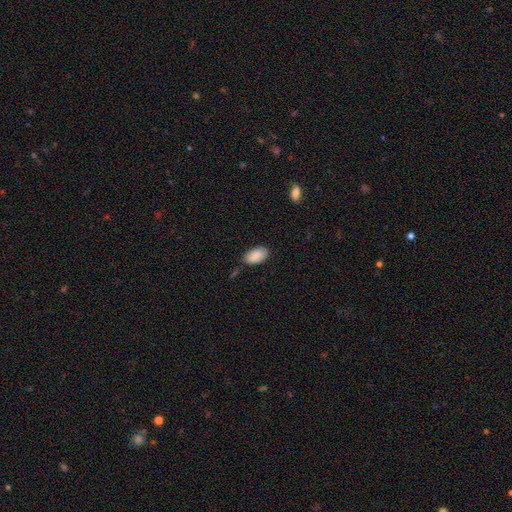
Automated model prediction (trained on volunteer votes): Q: Smooth or featured?
A: smooth (89%); runner-up: star or artifact (6%)
Q: How rounded?
A: in between (95%); runner-up: round (3%)
Q: Merging?
A: none (74%); runner-up: minor disturbance (18%)